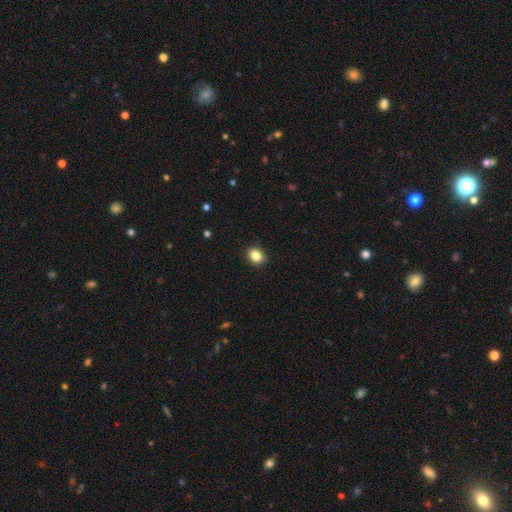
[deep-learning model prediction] A smooth galaxy with no disk features (86%) that is round (54%).

Vote fractions:
- Smooth or featured? smooth: 86% / star or artifact: 9% / featured or disk: 5%
- How rounded? round: 54% / in between: 45% / cigar-shaped: 1%
- Merging? none: 91% / minor disturbance: 7% / major disturbance: 2% / merger: 1%